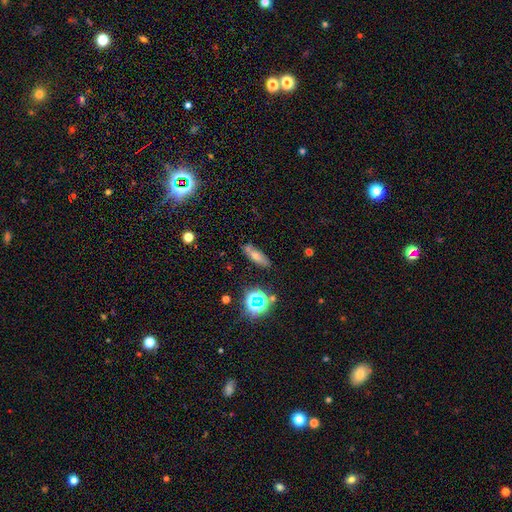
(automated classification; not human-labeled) Morphology: type=smooth (60%); roundness=in between (52%); merging=none (72%).